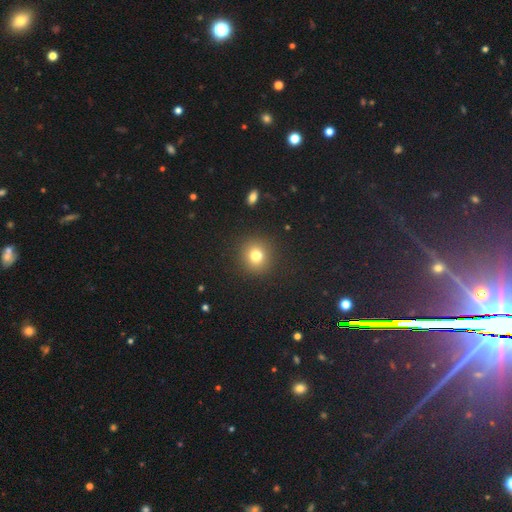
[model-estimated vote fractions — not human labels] Smooth or featured?
  - smooth: 78% *
  - star or artifact: 14%
  - featured or disk: 8%
How rounded?
  - round: 88% *
  - in between: 11%
  - cigar-shaped: 1%
Merging?
  - none: 90% *
  - minor disturbance: 6%
  - major disturbance: 3%
  - merger: 2%